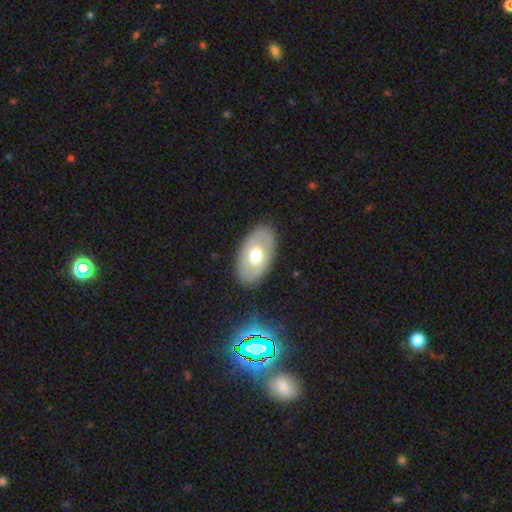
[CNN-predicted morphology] Smooth or featured?
  - smooth: 49% *
  - featured or disk: 45%
  - star or artifact: 6%
Merging?
  - none: 85% *
  - minor disturbance: 10%
  - major disturbance: 3%
  - merger: 1%